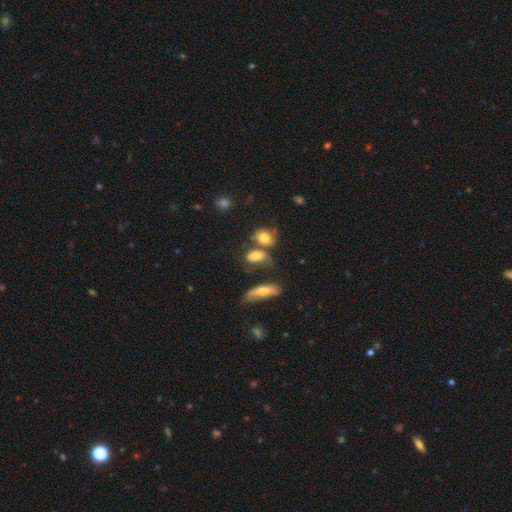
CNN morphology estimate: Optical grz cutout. It shows a smooth galaxy with no disk features (66%) that is in between round and cigar-shaped (72%). Merging: none (38%).